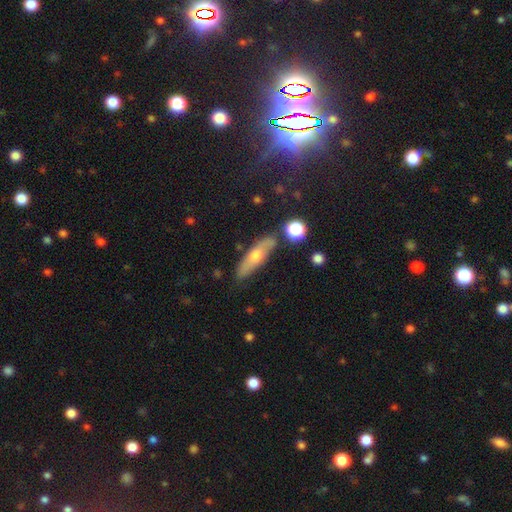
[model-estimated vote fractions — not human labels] This appears to be a smooth galaxy with no disk features (57%) that is cigar-shaped (61%). Merging: none (77%).